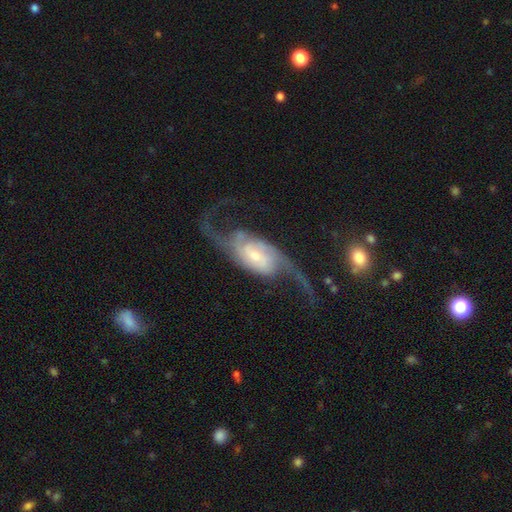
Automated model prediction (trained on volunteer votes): smooth-or-featured: featured or disk: 88% | smooth: 7% | star or artifact: 5%
  disk-edge-on: no: 95% | yes: 5%
    bar: weak: 41% | no: 40% | strong: 18%
    has-spiral-arms: yes: 97% | no: 3%
      spiral-winding: loose: 71% | medium: 22% | tight: 7%
      spiral-arm-count: 2: 91% | can't tell: 3% | 3: 2% | 1: 2% | 4: 1% | more than 4: 1%
    bulge-size: small: 50% | moderate: 35% | large: 8% | none: 5% | dominant: 3%
  merging: none: 58% | major disturbance: 24% | minor disturbance: 14% | merger: 4%